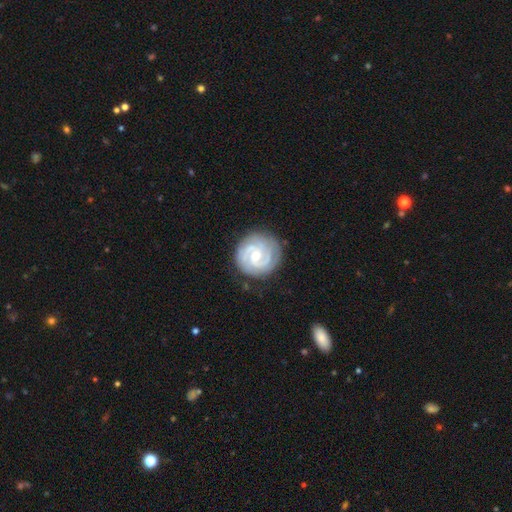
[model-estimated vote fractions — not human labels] smooth-or-featured: featured or disk: 87% | smooth: 8% | star or artifact: 4%
  disk-edge-on: no: 98% | yes: 2%
    bar: no: 50% | weak: 42% | strong: 9%
    has-spiral-arms: yes: 98% | no: 2%
      spiral-winding: tight: 72% | medium: 24% | loose: 4%
      spiral-arm-count: 2: 39% | 3: 33% | can't tell: 13% | 4: 7% | 1: 4% | more than 4: 4%
    bulge-size: moderate: 56% | small: 39% | large: 3% | none: 1% | dominant: 1%
  merging: none: 83% | minor disturbance: 12% | major disturbance: 4% | merger: 1%